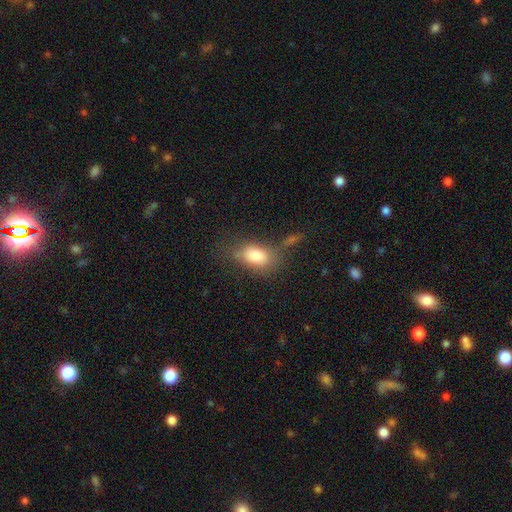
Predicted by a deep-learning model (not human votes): smooth_or_featured: smooth (p=0.79) [alt: featured or disk p=0.13]
how_rounded: in between (p=0.85) [alt: round p=0.12]
merging: none (p=0.52) [alt: minor disturbance p=0.22]